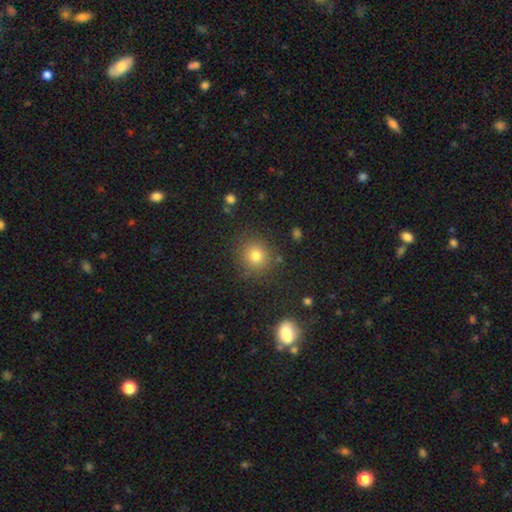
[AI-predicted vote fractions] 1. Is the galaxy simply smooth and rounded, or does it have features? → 77% smooth, 15% star or artifact, 8% featured or disk.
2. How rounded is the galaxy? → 89% round, 10% in between, 1% cigar-shaped.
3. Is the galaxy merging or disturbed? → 85% none, 9% minor disturbance, 3% major disturbance, 3% merger.